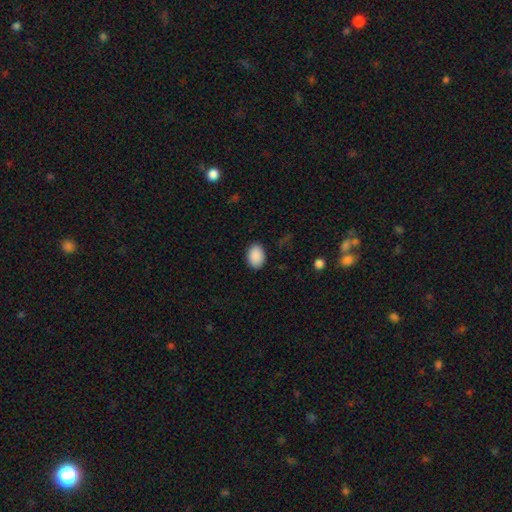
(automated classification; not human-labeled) This appears to be a smooth galaxy with no disk features (90%) that is in between round and cigar-shaped (81%). Merging: none (87%).